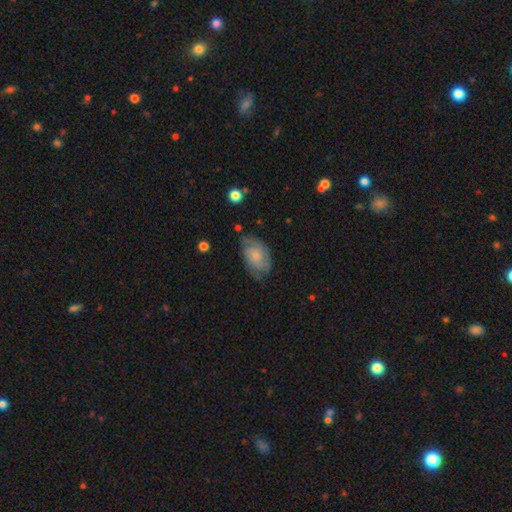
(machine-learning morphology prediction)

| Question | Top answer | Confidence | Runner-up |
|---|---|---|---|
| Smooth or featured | featured or disk | 51% | smooth (42%) |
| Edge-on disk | no | 95% | yes (5%) |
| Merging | none | 65% | minor disturbance (25%) |